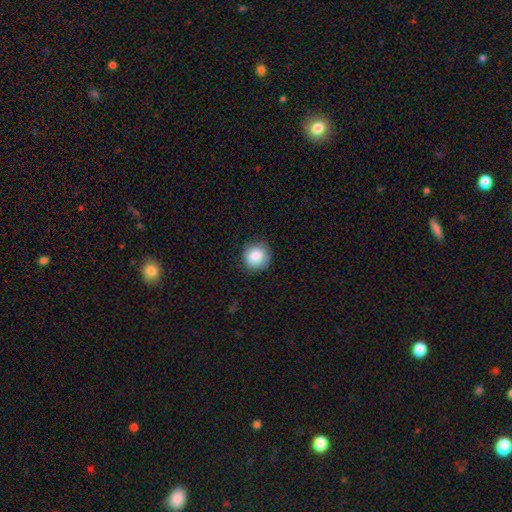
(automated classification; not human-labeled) Morphology: type=smooth (85%); roundness=round (92%); merging=none (83%).